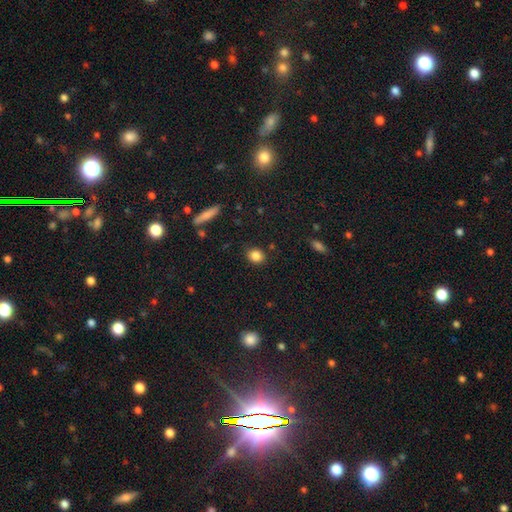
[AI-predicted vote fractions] smooth_or_featured: smooth (p=0.85) [alt: star or artifact p=0.10]
how_rounded: round (p=0.67) [alt: in between p=0.32]
merging: none (p=0.86) [alt: minor disturbance p=0.09]